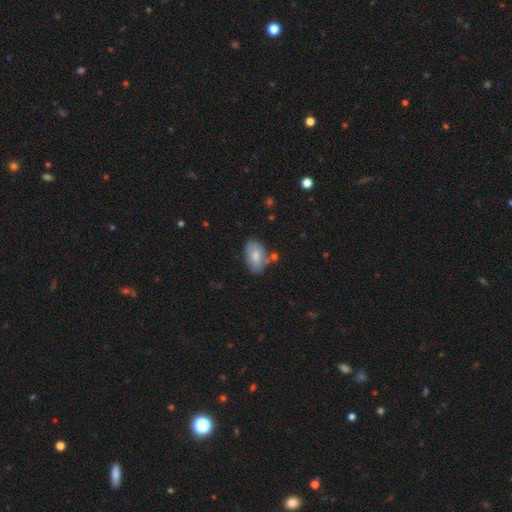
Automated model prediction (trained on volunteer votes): Smooth or featured? smooth (77%)
How rounded? in between (92%)
Merging? none (68%)